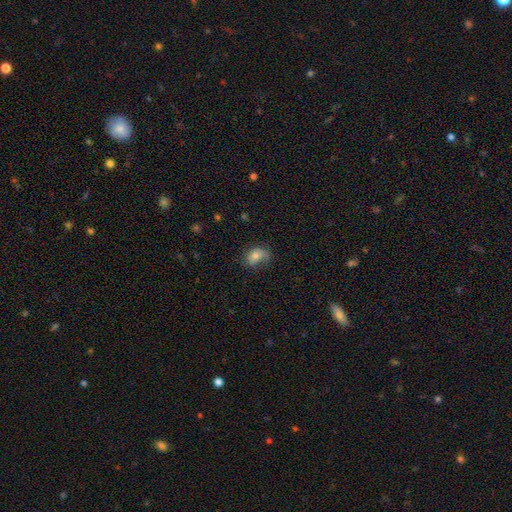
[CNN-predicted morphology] type=smooth (70%); roundness=in between (79%); merging=none (45%).